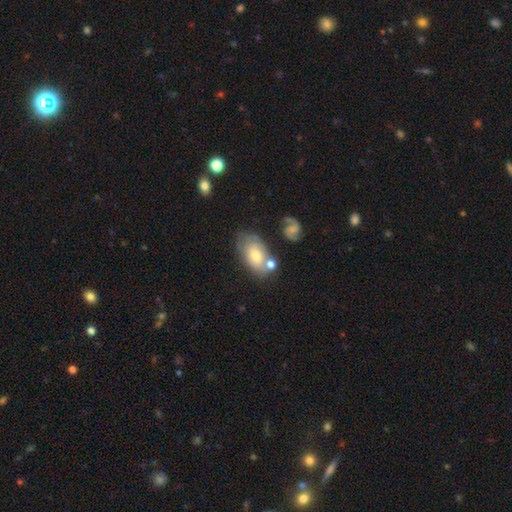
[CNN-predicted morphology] smooth-or-featured: smooth: 57% | featured or disk: 36% | star or artifact: 8%
  how-rounded: in between: 88% | round: 10% | cigar-shaped: 2%
  merging: none: 47% | merger: 23% | minor disturbance: 21% | major disturbance: 9%